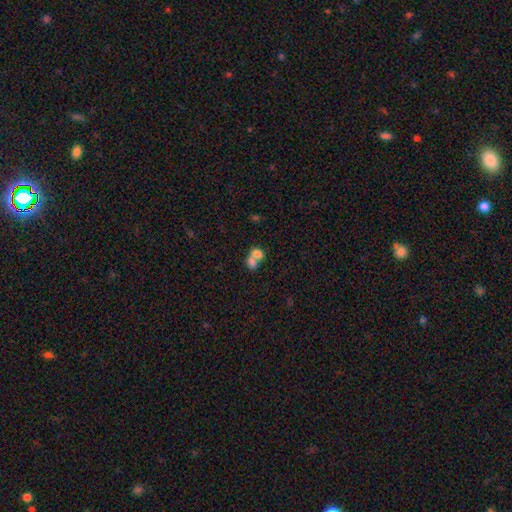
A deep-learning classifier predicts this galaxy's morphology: type=smooth (74%); roundness=in between (60%); merging=merger (73%).